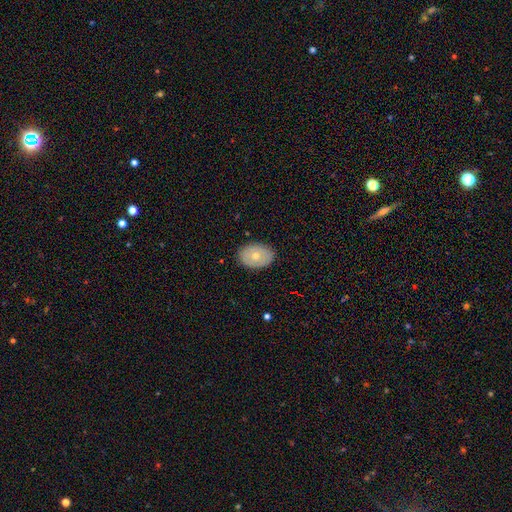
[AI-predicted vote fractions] This is likely a smooth galaxy (63%). How rounded: likely in between (76%). Merging: clearly none (87%).